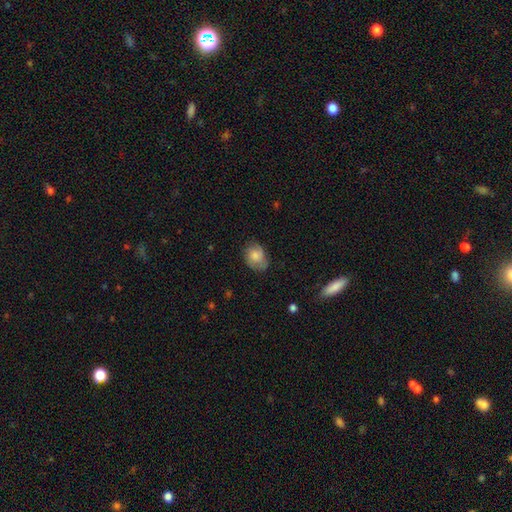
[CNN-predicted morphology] smooth_or_featured: smooth (p=0.69) [alt: featured or disk p=0.23]
how_rounded: in between (p=0.65) [alt: round p=0.34]
merging: none (p=0.61) [alt: minor disturbance p=0.29]